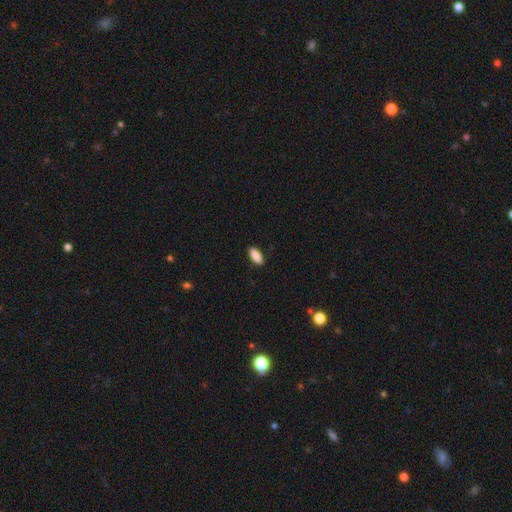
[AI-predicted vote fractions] Smooth or featured: smooth — 89% (star or artifact — 6%)
How rounded: in between — 82% (cigar-shaped — 15%)
Merging: none — 89% (minor disturbance — 8%)